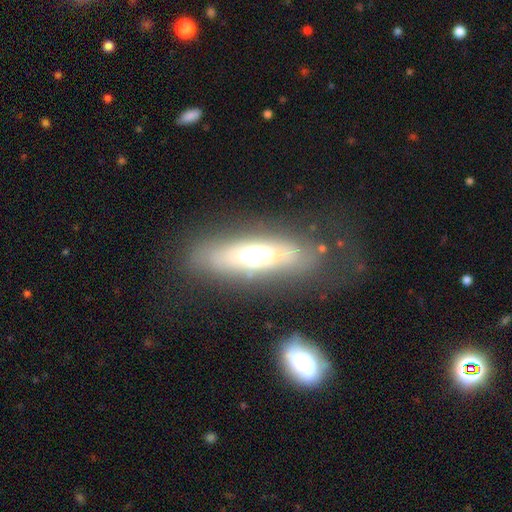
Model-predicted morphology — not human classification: Smooth or featured?
  - featured or disk: 49% *
  - smooth: 43%
  - star or artifact: 8%
Merging?
  - none: 67% *
  - minor disturbance: 18%
  - major disturbance: 10%
  - merger: 5%